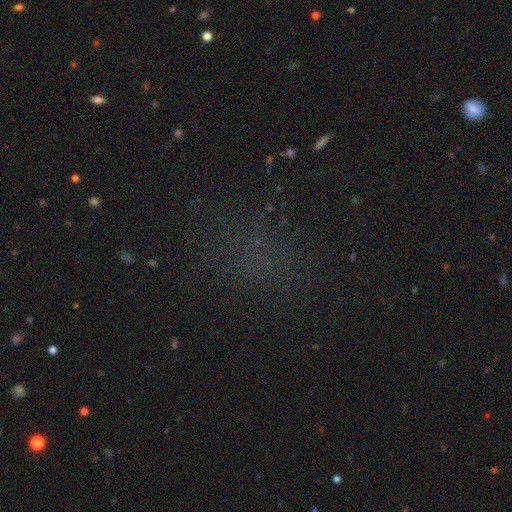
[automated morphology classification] Overall: star or artifact (51%; smooth 38%).